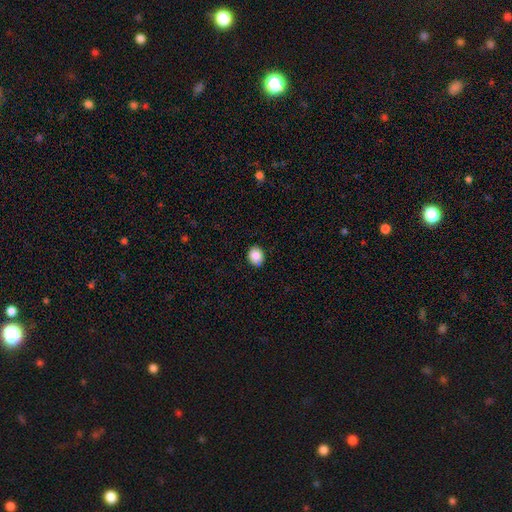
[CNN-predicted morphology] Smooth or featured: smooth — 88% (star or artifact — 9%)
How rounded: round — 64% (in between — 35%)
Merging: none — 87% (minor disturbance — 10%)